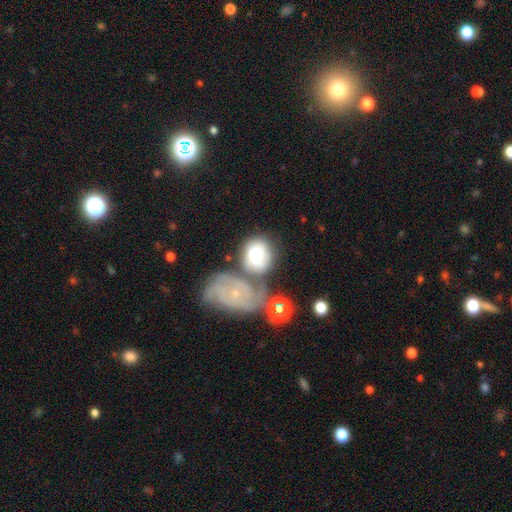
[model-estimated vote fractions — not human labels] Smooth or featured?
  - smooth: 55% *
  - featured or disk: 38%
  - star or artifact: 8%
How rounded?
  - round: 50% *
  - in between: 48%
  - cigar-shaped: 1%
Merging?
  - merger: 46% *
  - none: 30%
  - minor disturbance: 14%
  - major disturbance: 10%